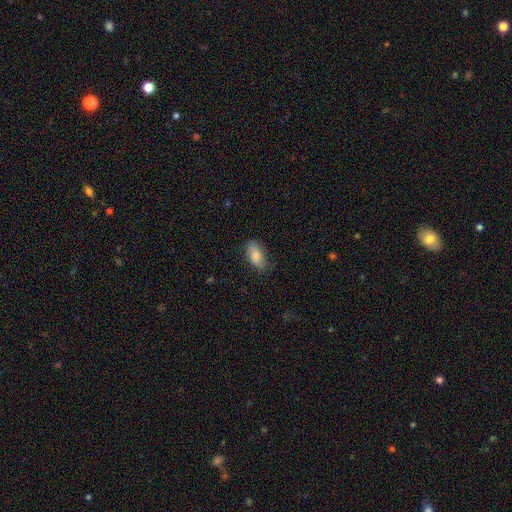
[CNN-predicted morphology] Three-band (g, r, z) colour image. It shows a smooth galaxy with no disk features (78%) that is in between round and cigar-shaped (89%). Merging: none (73%).